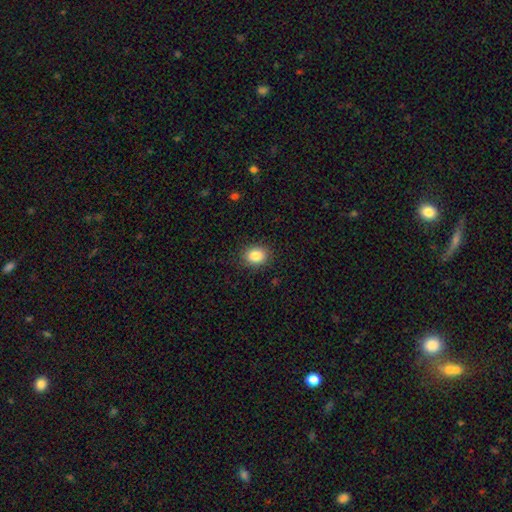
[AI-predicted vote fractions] Smooth or featured? Predicted: smooth (p=0.85). How rounded? Predicted: round (p=0.54). Merging? Predicted: none (p=0.88).